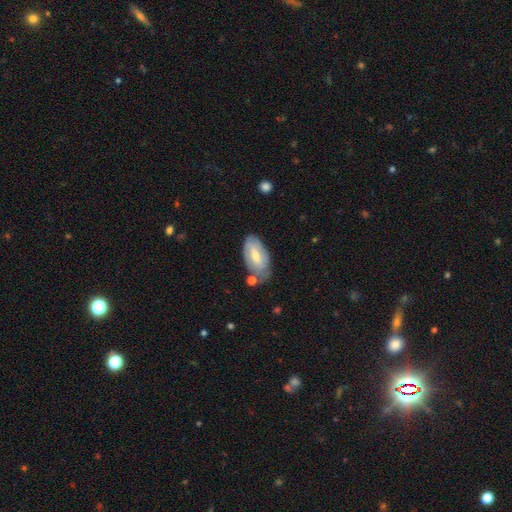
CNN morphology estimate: Q: Smooth or featured?
A: featured or disk (55%); runner-up: smooth (39%)
Q: Edge-on disk?
A: no (92%); runner-up: yes (8%)
Q: Bar?
A: weak (48%); runner-up: no (31%)
Q: Spiral arms?
A: yes (75%); runner-up: no (25%)
Q: Bulge size?
A: moderate (48%); runner-up: small (47%)
Q: Merging?
A: none (63%); runner-up: minor disturbance (23%)